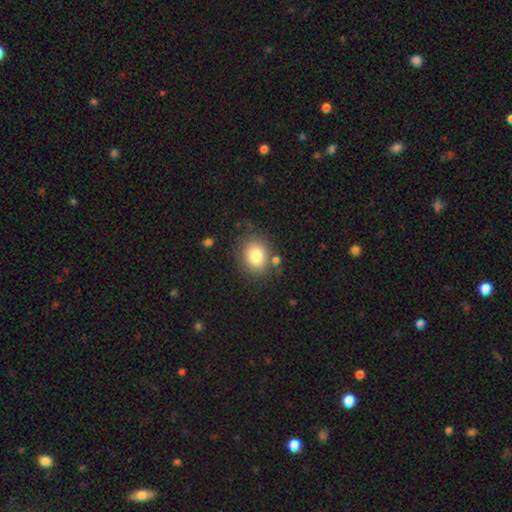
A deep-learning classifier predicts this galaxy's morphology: Smooth or featured: smooth — 82% (star or artifact — 9%)
How rounded: round — 54% (in between — 45%)
Merging: none — 78% (minor disturbance — 12%)